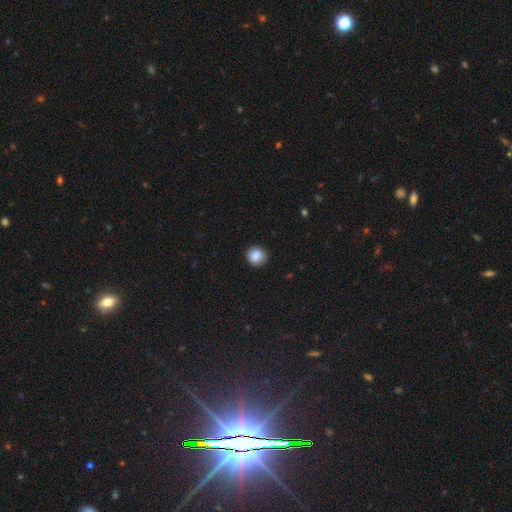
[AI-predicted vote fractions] smooth_or_featured: smooth (p=0.87) [alt: star or artifact p=0.09]
how_rounded: round (p=0.85) [alt: in between p=0.14]
merging: none (p=0.87) [alt: minor disturbance p=0.10]